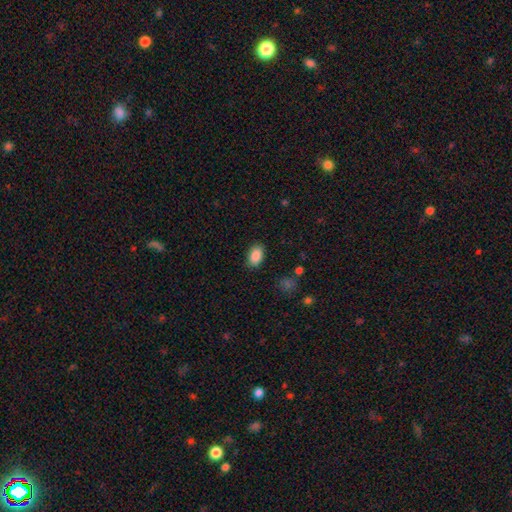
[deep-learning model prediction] smooth-or-featured: smooth: 89% | star or artifact: 8% | featured or disk: 3%
  how-rounded: in between: 90% | round: 9% | cigar-shaped: 1%
  merging: none: 86% | minor disturbance: 10% | major disturbance: 3% | merger: 1%